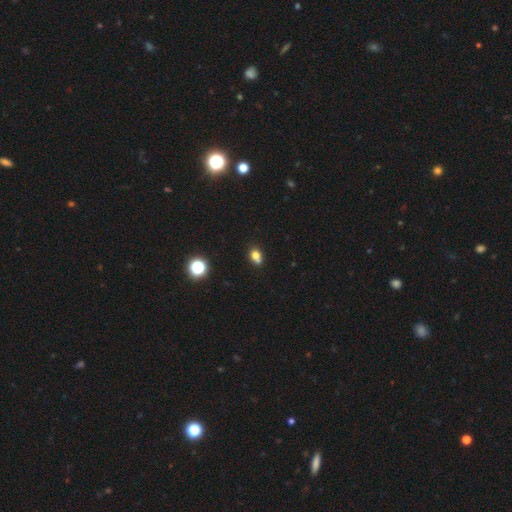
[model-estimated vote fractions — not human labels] Smooth or featured? smooth (75%)
How rounded? round (54%)
Merging? none (50%)